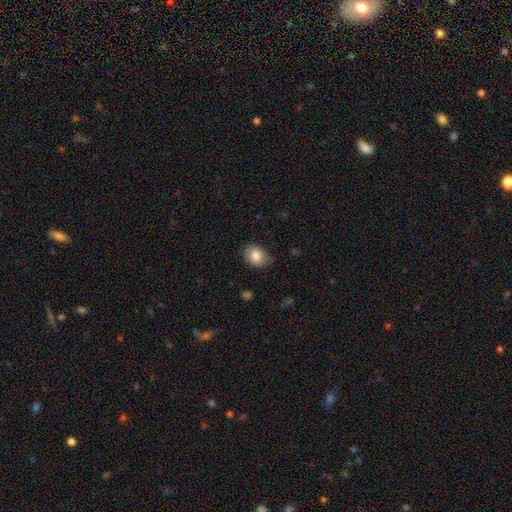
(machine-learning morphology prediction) The model was most divided on "how rounded": in between: 71%, round: 28%, cigar-shaped: 1%. More confident: smooth or featured — smooth (83%); merging — none (76%).